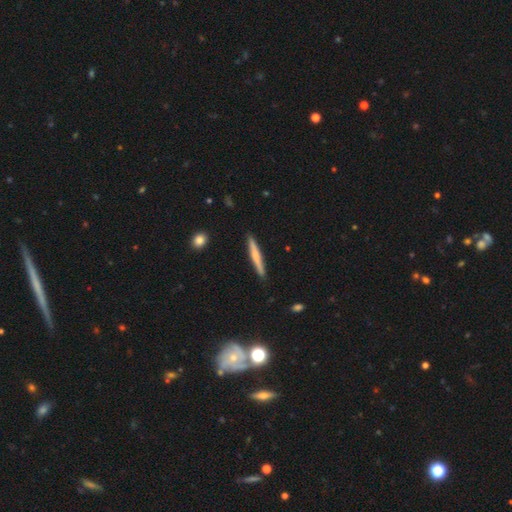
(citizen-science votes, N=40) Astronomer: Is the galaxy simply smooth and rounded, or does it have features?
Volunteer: smooth — 60% (runner-up: featured or disk, 38%).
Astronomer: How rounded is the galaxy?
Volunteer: cigar-shaped — 100%.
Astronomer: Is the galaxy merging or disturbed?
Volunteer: none — 92%.